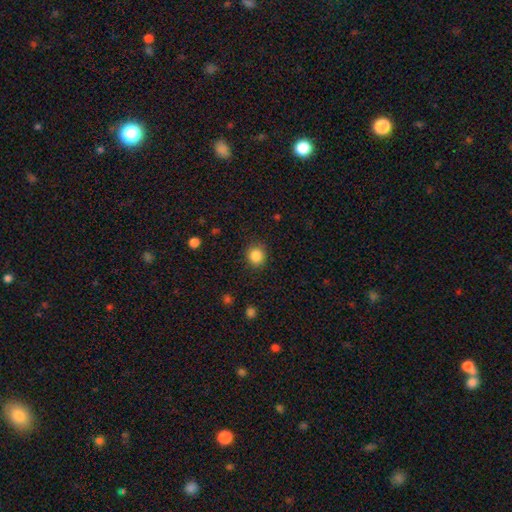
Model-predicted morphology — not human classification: A smooth galaxy with no disk features (86%) that is round (85%).

Vote fractions:
- Smooth or featured? smooth: 86% / star or artifact: 10% / featured or disk: 3%
- How rounded? round: 85% / in between: 14% / cigar-shaped: 1%
- Merging? none: 88% / minor disturbance: 8% / major disturbance: 3% / merger: 1%